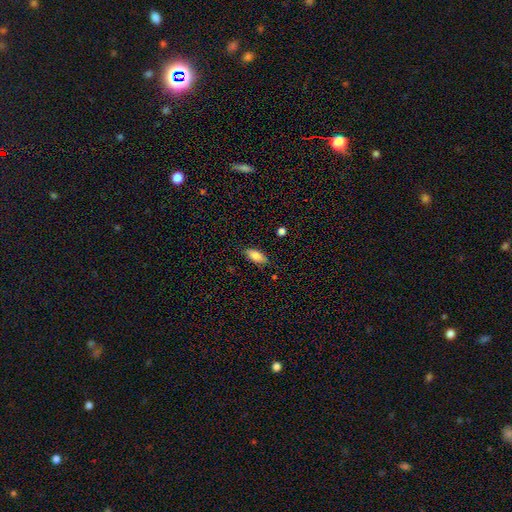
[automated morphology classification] Smooth or featured? smooth (79%)
How rounded? in between (82%)
Merging? none (83%)